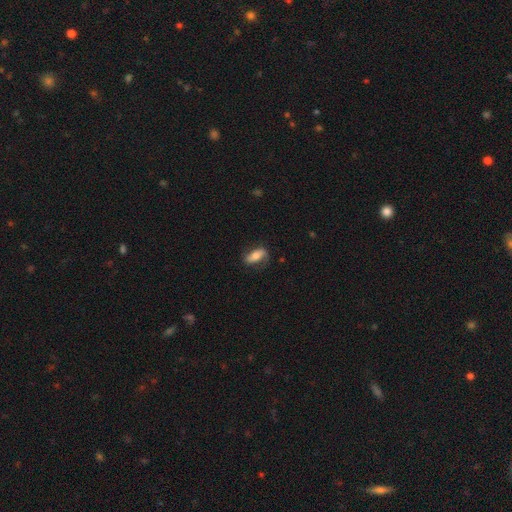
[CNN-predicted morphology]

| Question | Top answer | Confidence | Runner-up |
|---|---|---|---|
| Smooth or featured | smooth | 53% | featured or disk (40%) |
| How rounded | in between | 80% | cigar-shaped (16%) |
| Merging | none | 64% | minor disturbance (23%) |